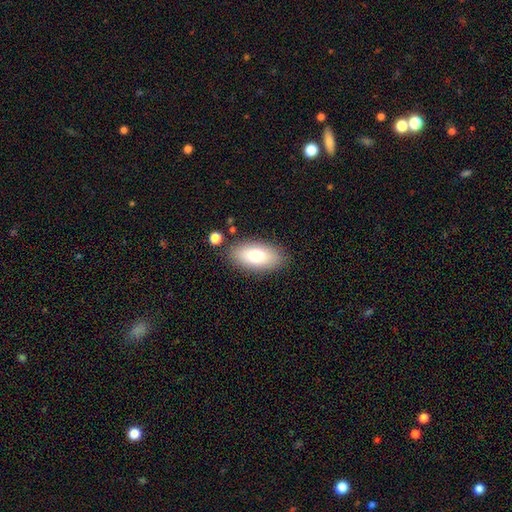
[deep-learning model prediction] A smooth galaxy with no disk features (77%) that is in between round and cigar-shaped (91%). Merging: none (83%).